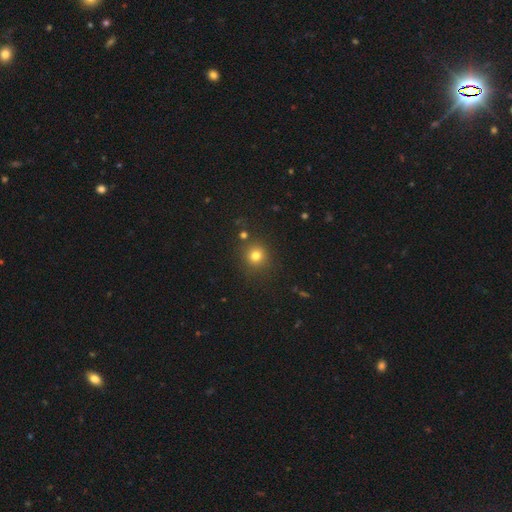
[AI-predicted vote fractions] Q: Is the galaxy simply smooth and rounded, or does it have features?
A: smooth — 78%.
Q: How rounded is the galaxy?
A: round — 90%.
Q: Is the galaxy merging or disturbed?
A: none — 84%.